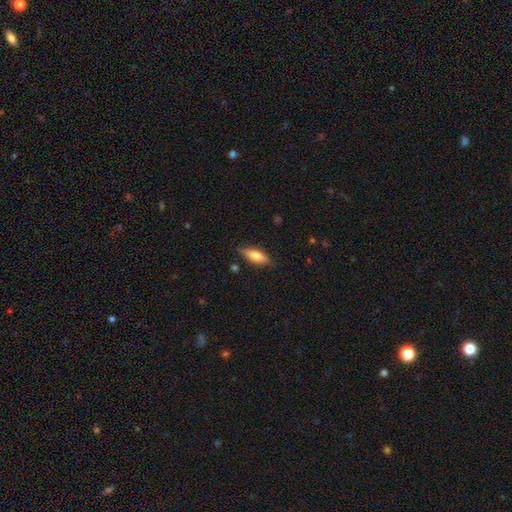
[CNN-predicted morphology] Q: Smooth or featured?
A: smooth (70%); runner-up: featured or disk (24%)
Q: How rounded?
A: in between (61%); runner-up: cigar-shaped (37%)
Q: Merging?
A: none (82%); runner-up: minor disturbance (14%)